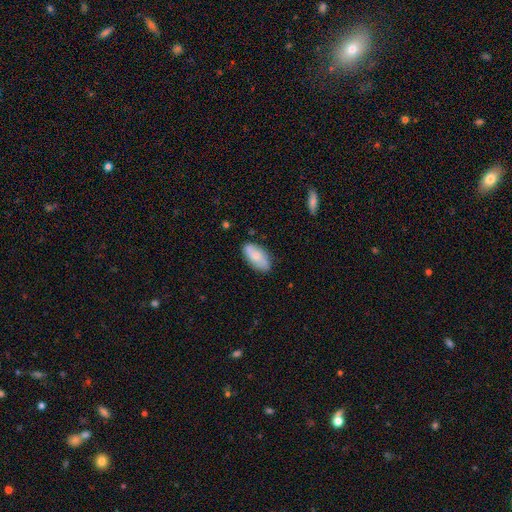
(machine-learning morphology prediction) smooth_or_featured: smooth (p=0.65) [alt: featured or disk p=0.28]
how_rounded: in between (p=0.91) [alt: cigar-shaped p=0.06]
merging: none (p=0.79) [alt: minor disturbance p=0.16]